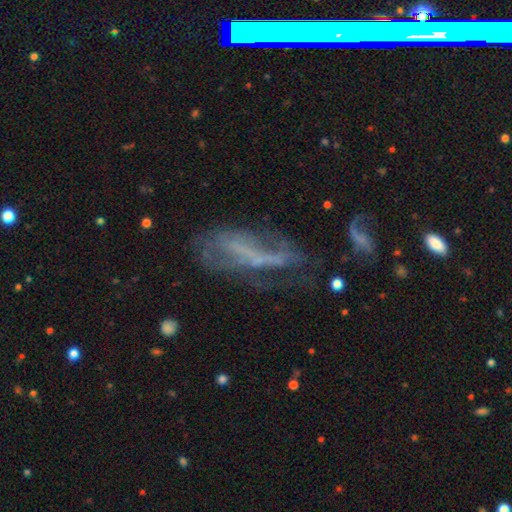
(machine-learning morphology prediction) smooth_or_featured: featured or disk (p=0.61) [alt: smooth p=0.24]
disk_edge_on: no (p=0.83) [alt: yes p=0.17]
bar: no (p=0.47) [alt: strong p=0.28]
has_spiral_arms: no (p=0.63) [alt: yes p=0.37]
bulge_size: none (p=0.67) [alt: small p=0.20]
merging: major disturbance (p=0.38) [alt: none p=0.31]